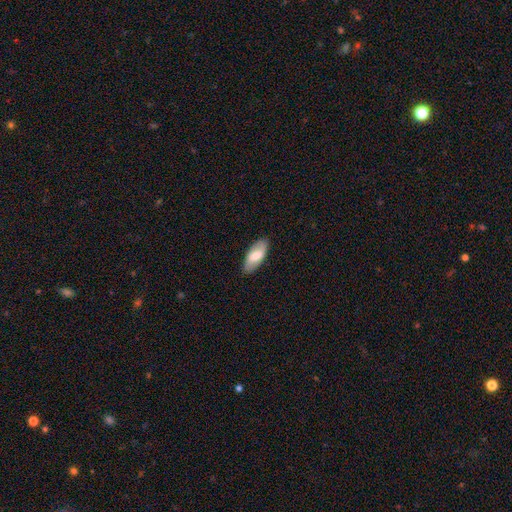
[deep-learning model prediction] Smooth or featured? smooth (66%)
How rounded? in between (85%)
Merging? none (87%)